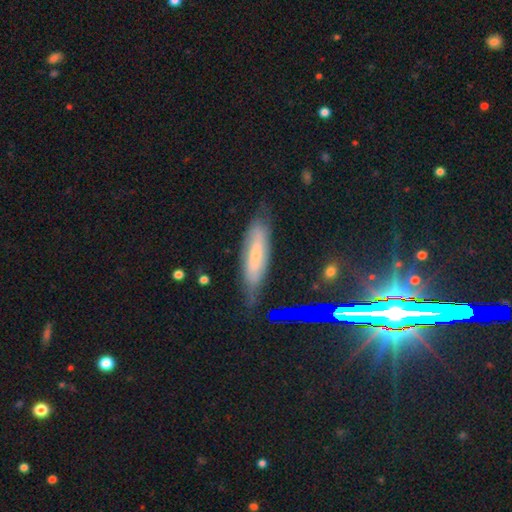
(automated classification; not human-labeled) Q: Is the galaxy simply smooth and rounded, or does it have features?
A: smooth — 44%.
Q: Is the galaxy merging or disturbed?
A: none — 70%.